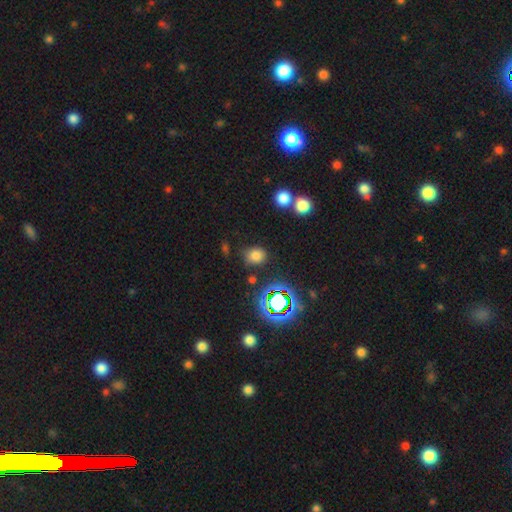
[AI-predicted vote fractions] Smooth or featured: smooth — 73% (star or artifact — 20%)
How rounded: round — 59% (in between — 40%)
Merging: none — 78% (minor disturbance — 14%)